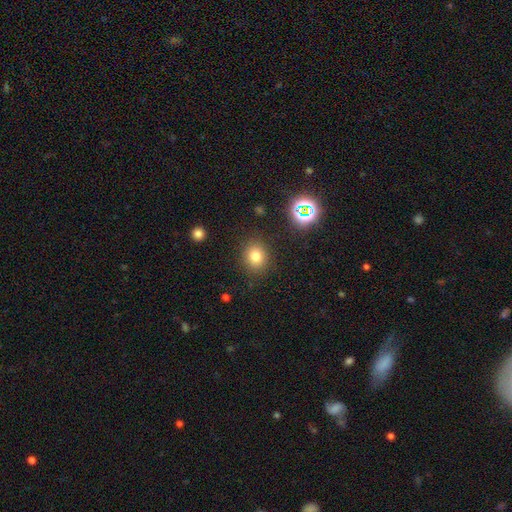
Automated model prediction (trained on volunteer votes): smooth-or-featured: smooth: 77% | star or artifact: 16% | featured or disk: 8%
  how-rounded: round: 71% | in between: 28% | cigar-shaped: 1%
  merging: none: 86% | minor disturbance: 9% | major disturbance: 3% | merger: 2%